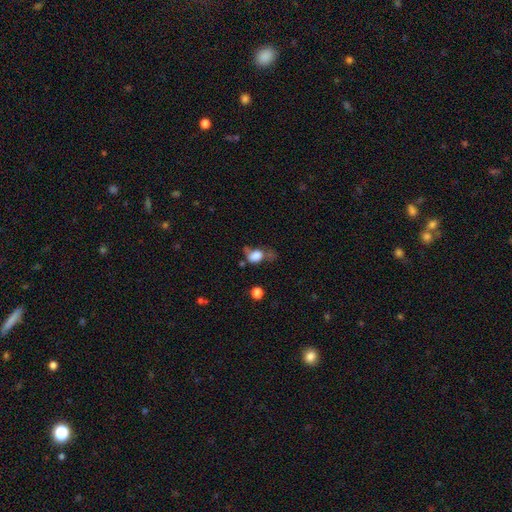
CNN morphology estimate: This appears to be a smooth galaxy with no disk features (74%) that is in between round and cigar-shaped (69%). Merging: major disturbance (36%).